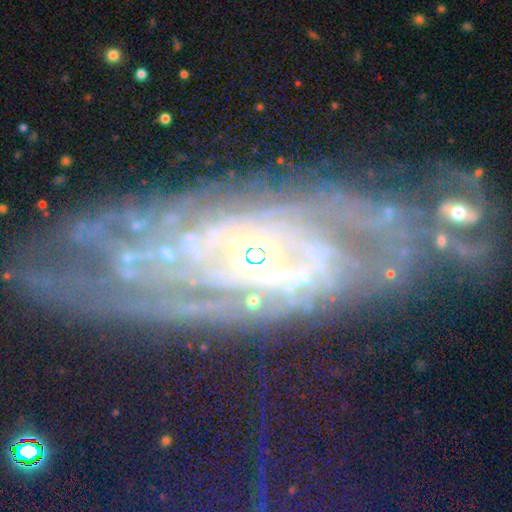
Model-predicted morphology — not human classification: Smooth or featured? Predicted: featured or disk (p=0.83). Edge-on disk? Predicted: no (p=0.90). Bar? Predicted: no (p=0.55). Spiral arms? Predicted: yes (p=0.88). Spiral winding? Predicted: tight (p=0.54). Spiral arm count? Predicted: can't tell (p=0.35). Bulge size? Predicted: small (p=0.52). Merging? Predicted: none (p=0.64).